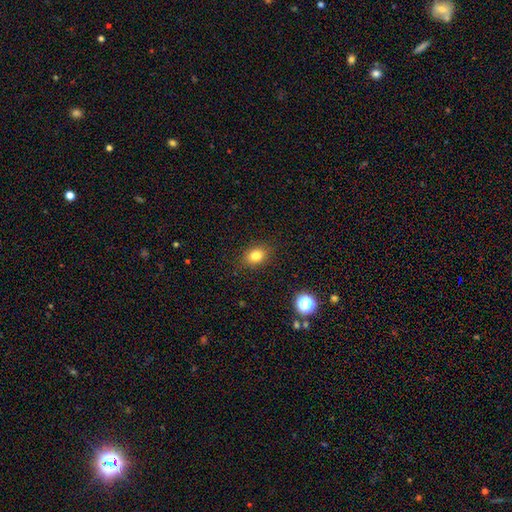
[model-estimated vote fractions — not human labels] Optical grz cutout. It shows a smooth galaxy with no disk features (81%) that is in between round and cigar-shaped (63%). Merging: none (86%).